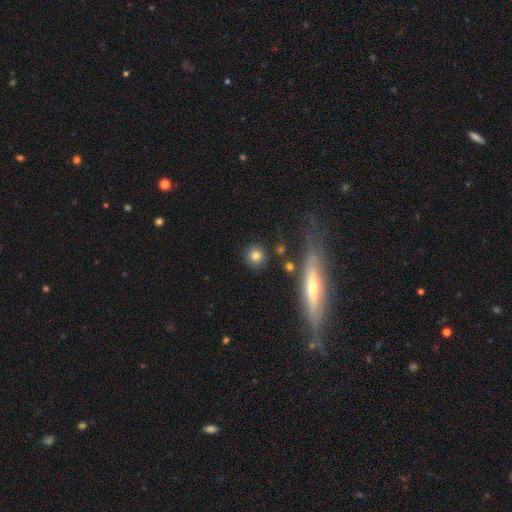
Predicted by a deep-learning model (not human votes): smooth 80%, featured or disk 10%, star or artifact 10%. Down the decision tree: how rounded — round (91%); merging — none (86%).